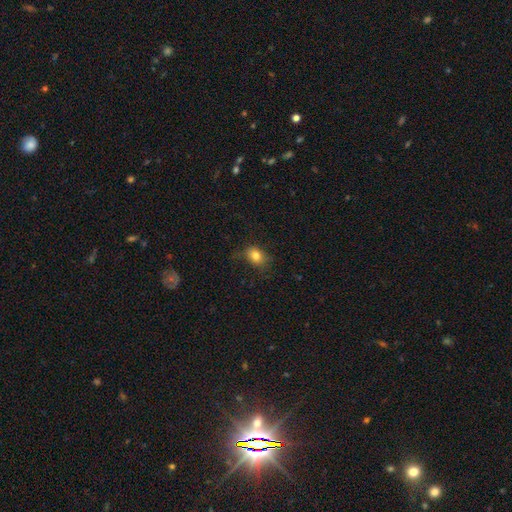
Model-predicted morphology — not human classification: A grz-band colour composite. It shows a smooth galaxy with no disk features (80%) that is in between round and cigar-shaped (56%). Merging: none (69%).